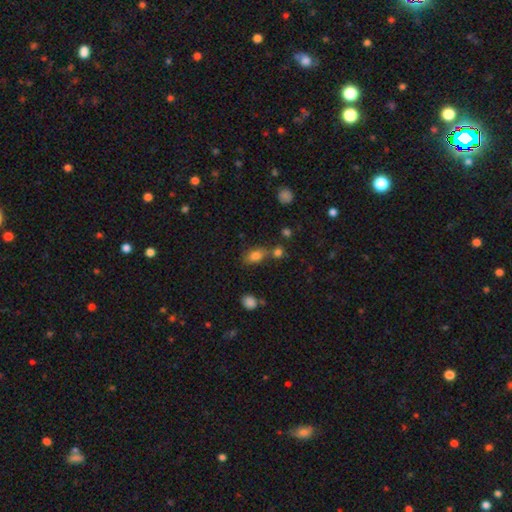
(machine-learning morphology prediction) This appears to be a smooth galaxy with no disk features (78%) that is in between round and cigar-shaped (78%). Merging: none (56%).